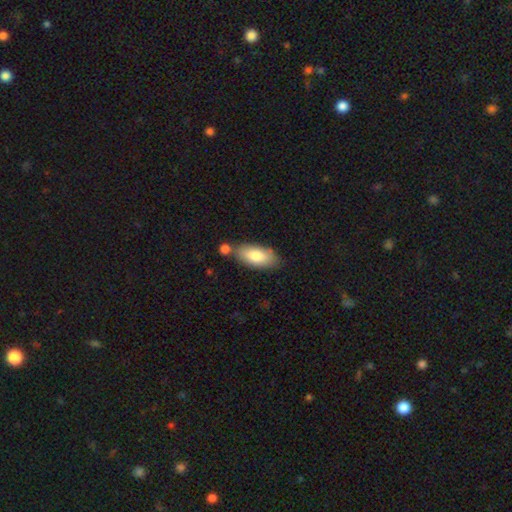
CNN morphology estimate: Smooth or featured?
  - smooth: 79% *
  - featured or disk: 15%
  - star or artifact: 6%
How rounded?
  - in between: 89% *
  - cigar-shaped: 8%
  - round: 3%
Merging?
  - none: 66% *
  - merger: 15%
  - minor disturbance: 15%
  - major disturbance: 3%